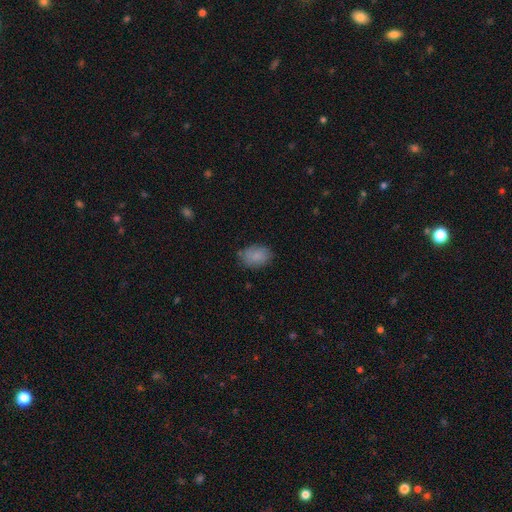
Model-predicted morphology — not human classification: smooth-or-featured: smooth: 83% | featured or disk: 10% | star or artifact: 8%
  how-rounded: in between: 76% | round: 23% | cigar-shaped: 1%
  merging: none: 74% | minor disturbance: 19% | major disturbance: 4% | merger: 2%